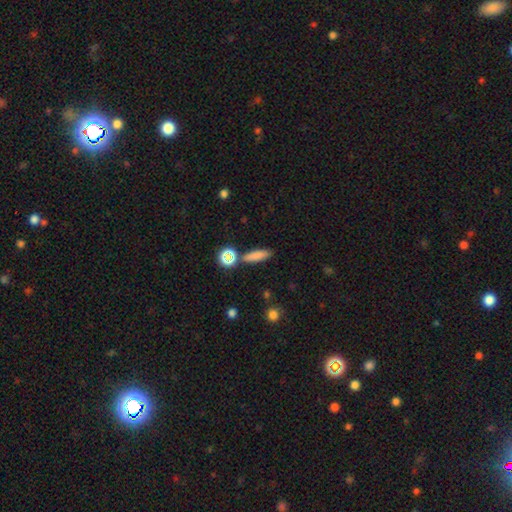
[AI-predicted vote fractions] smooth-or-featured: smooth: 80% | star or artifact: 10% | featured or disk: 9%
  how-rounded: cigar-shaped: 61% | in between: 32% | round: 6%
  merging: none: 81% | minor disturbance: 10% | merger: 7% | major disturbance: 3%